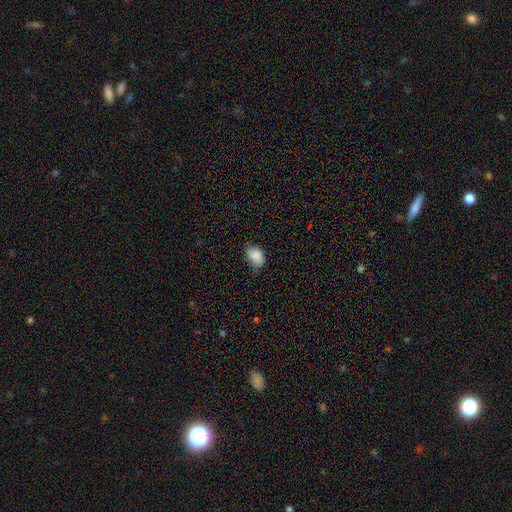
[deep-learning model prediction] Smooth or featured? Predicted: smooth (p=0.88). How rounded? Predicted: in between (p=0.80). Merging? Predicted: none (p=0.68).